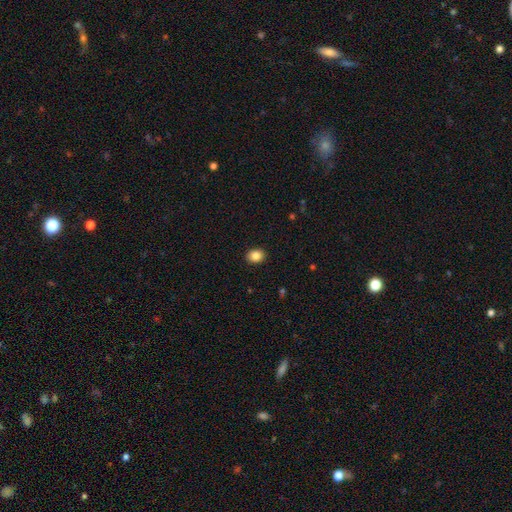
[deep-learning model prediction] Overall: smooth (86%). How rounded: in between (55%; round 44%). Merging: none (91%).